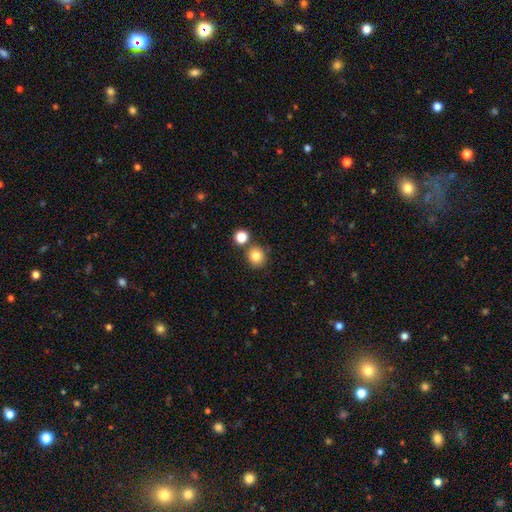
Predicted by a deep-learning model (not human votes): Smooth or featured? Predicted: smooth (p=0.81). How rounded? Predicted: round (p=0.89). Merging? Predicted: none (p=0.76).